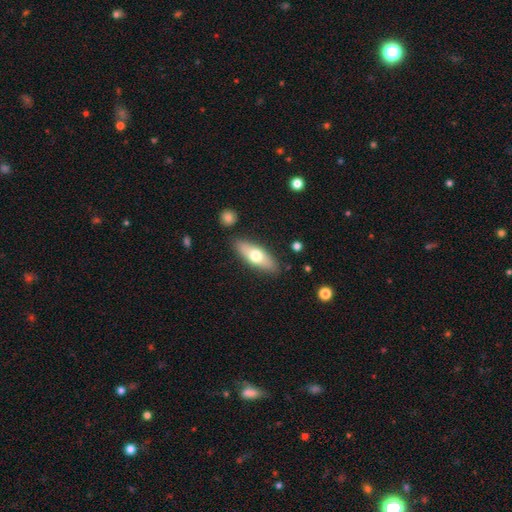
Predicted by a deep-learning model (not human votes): Smooth or featured? smooth (62%)
How rounded? in between (62%)
Merging? none (85%)